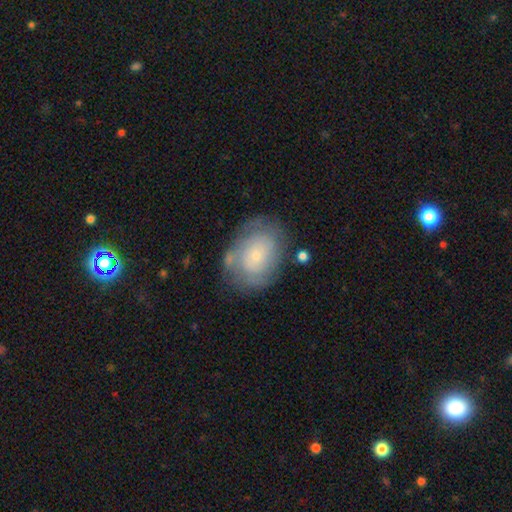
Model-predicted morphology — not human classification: Smooth or featured? Predicted: featured or disk (p=0.50). Merging? Predicted: none (p=0.63).